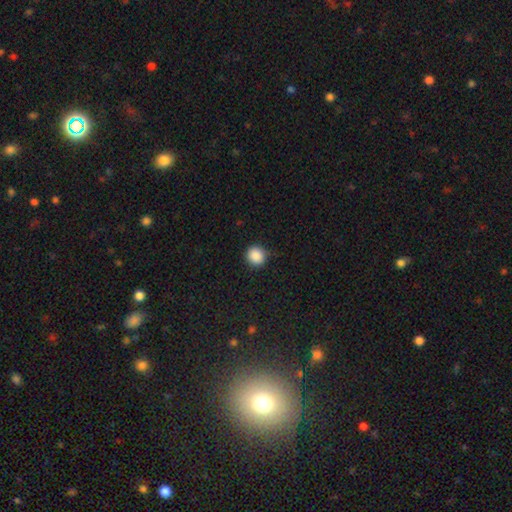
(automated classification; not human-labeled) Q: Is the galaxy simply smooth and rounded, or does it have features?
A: smooth — 88%.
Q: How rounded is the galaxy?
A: round — 90%.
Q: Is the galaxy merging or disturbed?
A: none — 85%.